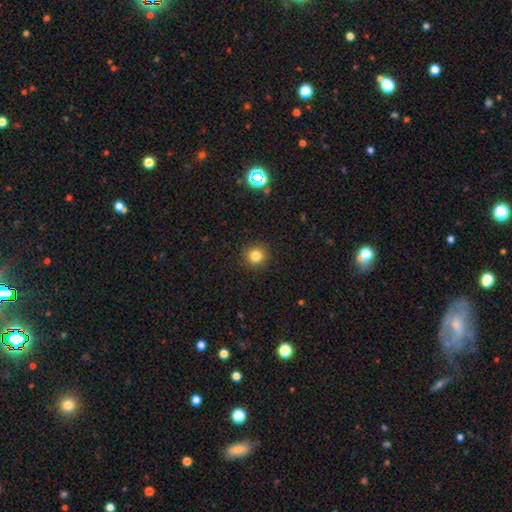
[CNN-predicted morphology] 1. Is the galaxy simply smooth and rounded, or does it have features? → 83% smooth, 12% star or artifact, 5% featured or disk.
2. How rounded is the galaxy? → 93% round, 6% in between, 1% cigar-shaped.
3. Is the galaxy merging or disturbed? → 91% none, 6% minor disturbance, 2% major disturbance, 1% merger.